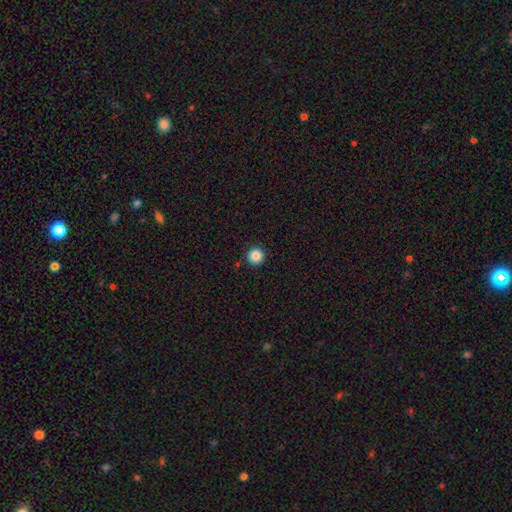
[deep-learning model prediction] The model was most divided on "smooth or featured": smooth: 86%, star or artifact: 11%, featured or disk: 3%. More confident: how rounded — round (96%); merging — none (92%).